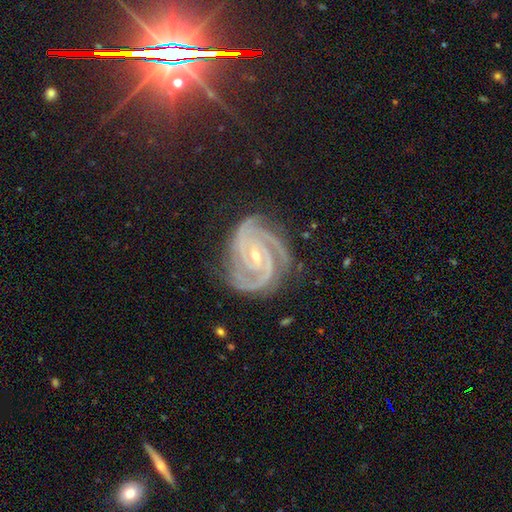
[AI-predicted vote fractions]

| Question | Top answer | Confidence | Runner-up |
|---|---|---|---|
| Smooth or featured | featured or disk | 90% | star or artifact (7%) |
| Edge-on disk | no | 98% | yes (2%) |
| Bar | no | 42% | weak (35%) |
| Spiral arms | yes | 99% | no (1%) |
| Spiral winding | tight | 76% | medium (21%) |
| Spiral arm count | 3 | 37% | 2 (34%) |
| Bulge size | small | 72% | moderate (25%) |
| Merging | none | 77% | minor disturbance (17%) |